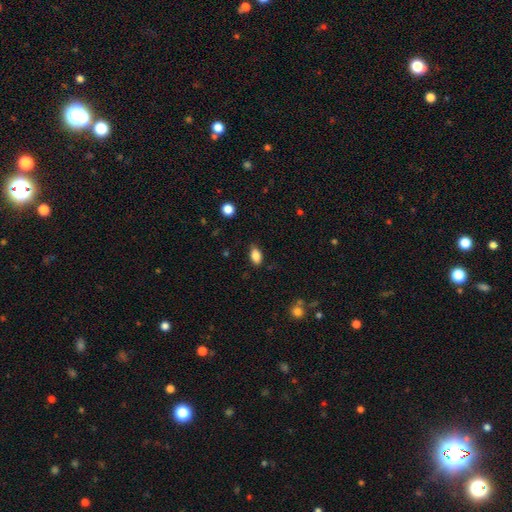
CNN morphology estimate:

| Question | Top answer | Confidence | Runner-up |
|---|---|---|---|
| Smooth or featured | smooth | 86% | star or artifact (9%) |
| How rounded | in between | 90% | round (8%) |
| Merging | none | 82% | minor disturbance (14%) |